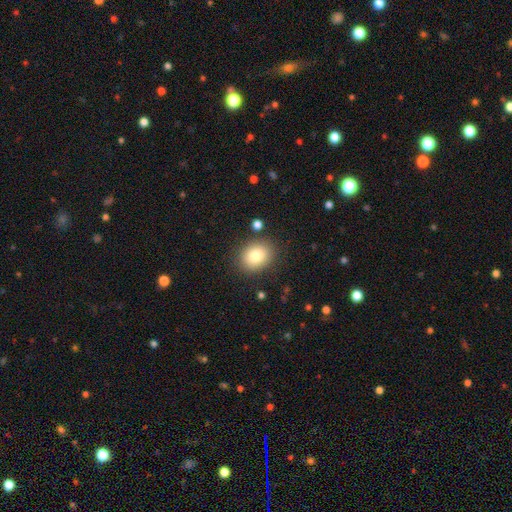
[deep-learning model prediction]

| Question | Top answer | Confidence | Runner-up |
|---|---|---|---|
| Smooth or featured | smooth | 81% | star or artifact (10%) |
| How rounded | round | 53% | in between (47%) |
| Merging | none | 85% | minor disturbance (10%) |